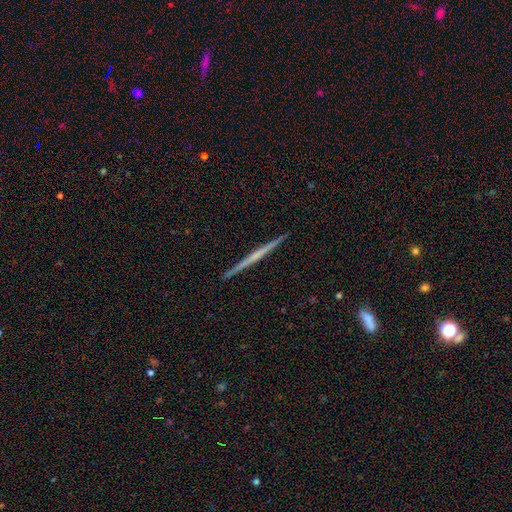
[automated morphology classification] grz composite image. It shows a featured or disk galaxy (69%) viewed edge-on (98%) with no central bulge (69%). Merging: none (93%).